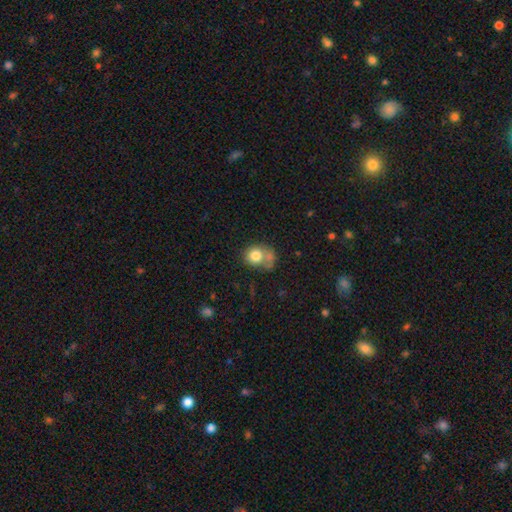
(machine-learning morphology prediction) smooth 77%, featured or disk 14%, star or artifact 9%. Down the decision tree: how rounded — round (68%); merging — none (37%).